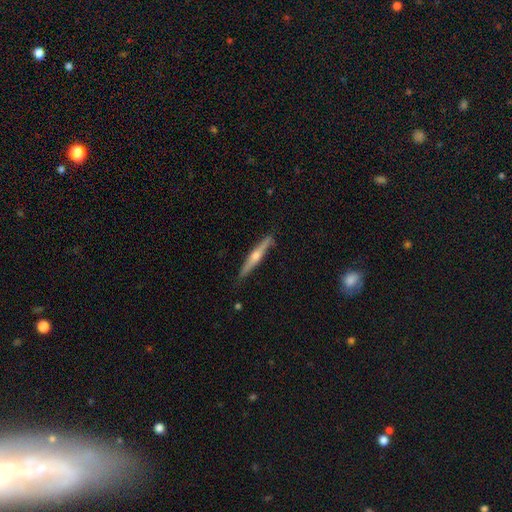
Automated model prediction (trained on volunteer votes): smooth_or_featured: featured or disk (p=0.68) [alt: smooth p=0.27]
disk_edge_on: yes (p=0.97) [alt: no p=0.03]
edge_on_bulge: rounded (p=0.89) [alt: none p=0.08]
merging: none (p=0.86) [alt: minor disturbance p=0.11]